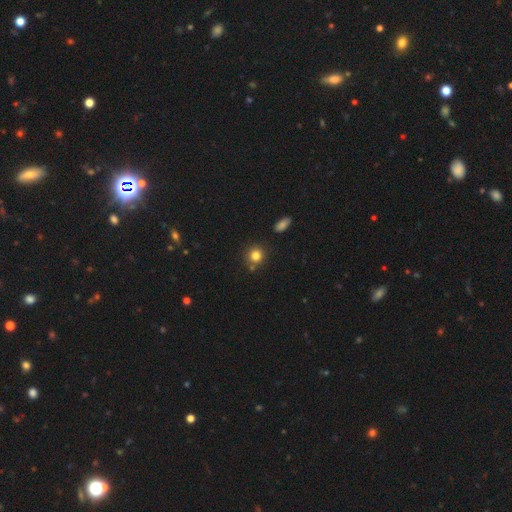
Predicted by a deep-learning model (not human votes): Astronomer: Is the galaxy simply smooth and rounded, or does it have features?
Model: smooth — 81%.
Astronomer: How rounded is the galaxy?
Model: round — 88%.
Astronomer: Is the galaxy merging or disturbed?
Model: none — 78%.